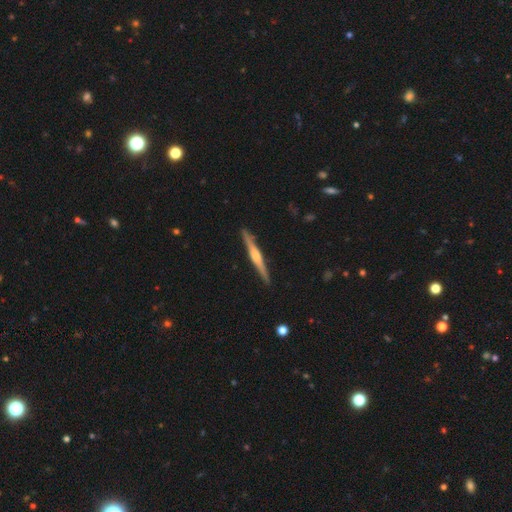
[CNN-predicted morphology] type=featured or disk (74%); edge-on=yes (98%); edge-on bulge=rounded (83%); merging=none (91%).